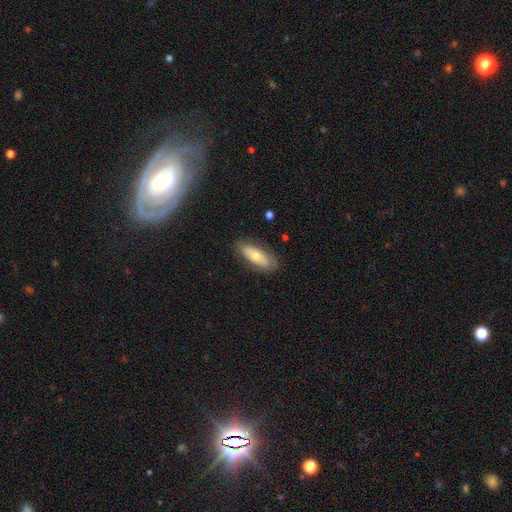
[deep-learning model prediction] A smooth galaxy with no disk features (64%) that is in between round and cigar-shaped (68%). Merging: none (79%).